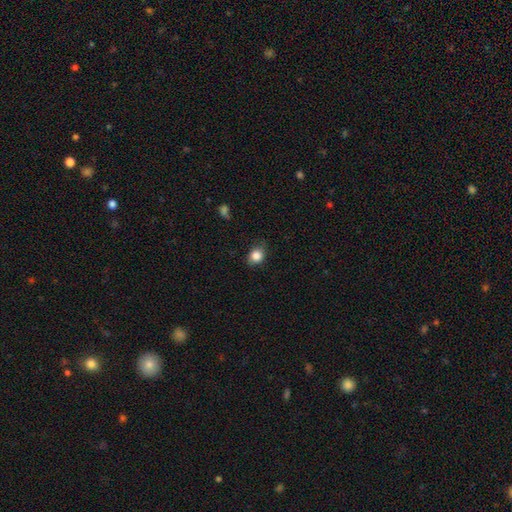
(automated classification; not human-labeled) This appears to be a smooth galaxy with no disk features (84%) that is round (57%). Merging: none (74%).